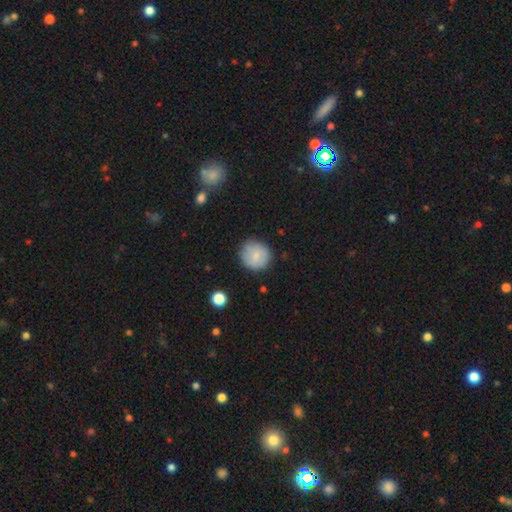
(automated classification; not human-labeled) A smooth galaxy with no disk features (78%) that is round (93%). Merging: none (83%).